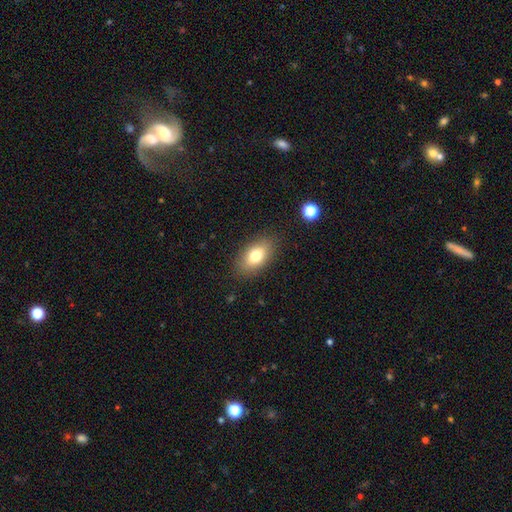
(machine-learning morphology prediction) A smooth galaxy with no disk features (75%) that is in between round and cigar-shaped (87%). Merging: none (85%).